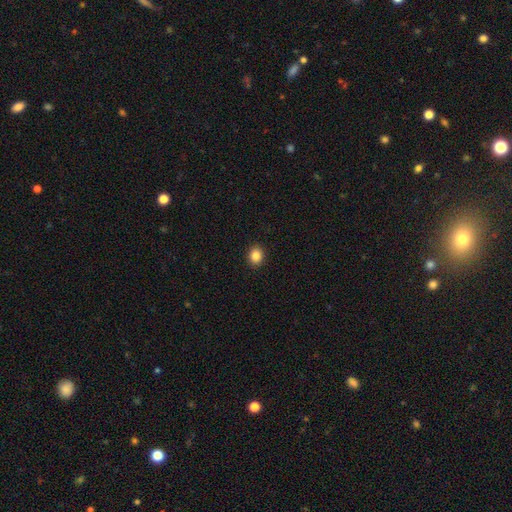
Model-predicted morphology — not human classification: A smooth galaxy with no disk features (86%) that is round (60%). Merging: none (92%).